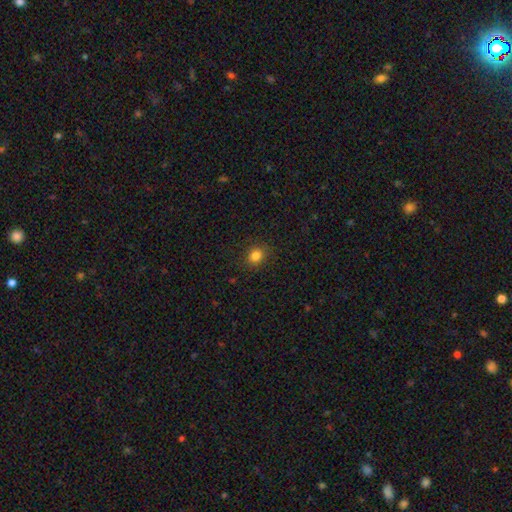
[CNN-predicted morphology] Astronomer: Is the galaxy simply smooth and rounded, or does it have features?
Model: smooth — 83%.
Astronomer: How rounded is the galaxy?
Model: round — 68%.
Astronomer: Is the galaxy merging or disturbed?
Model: none — 88%.